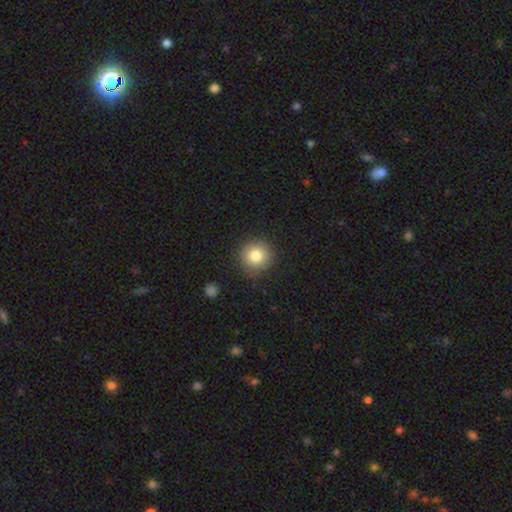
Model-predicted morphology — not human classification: This is clearly a smooth galaxy (82%). How rounded: clearly round (93%). Merging: clearly none (87%).